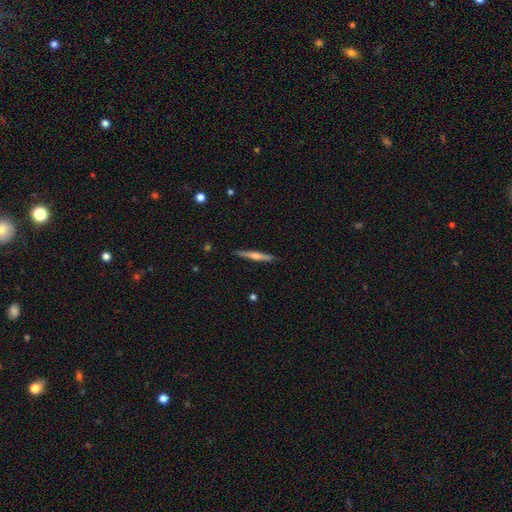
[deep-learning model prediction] Smooth or featured? Predicted: featured or disk (p=0.61). Edge-on disk? Predicted: yes (p=0.97). Edge-on bulge? Predicted: rounded (p=0.78). Merging? Predicted: none (p=0.91).